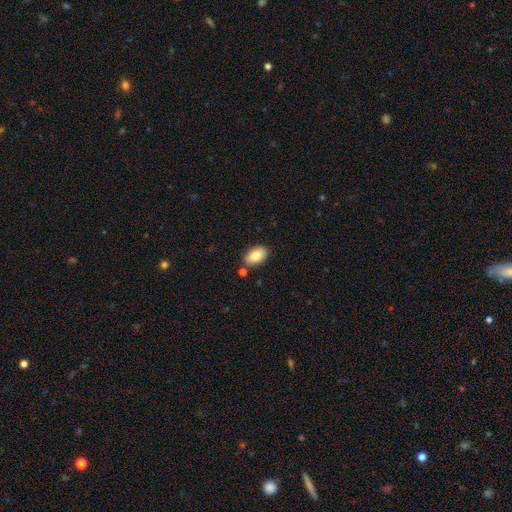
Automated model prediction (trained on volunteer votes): Smooth or featured?
  - smooth: 84% *
  - featured or disk: 9%
  - star or artifact: 7%
How rounded?
  - in between: 92% *
  - round: 6%
  - cigar-shaped: 1%
Merging?
  - none: 81% *
  - minor disturbance: 11%
  - merger: 5%
  - major disturbance: 2%